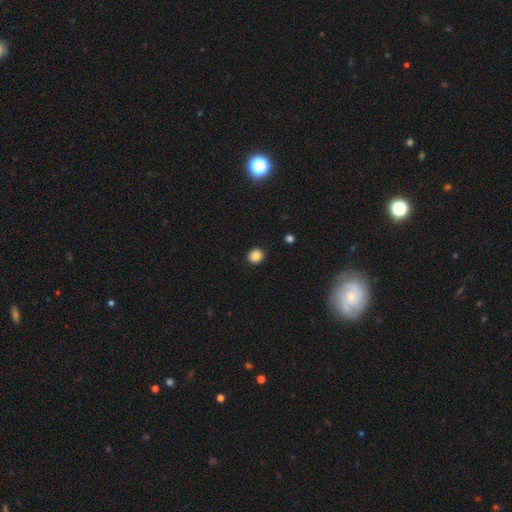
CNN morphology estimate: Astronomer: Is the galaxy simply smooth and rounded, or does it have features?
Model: smooth — 84%.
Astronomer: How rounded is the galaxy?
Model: round — 86%.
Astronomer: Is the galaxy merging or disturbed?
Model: none — 91%.